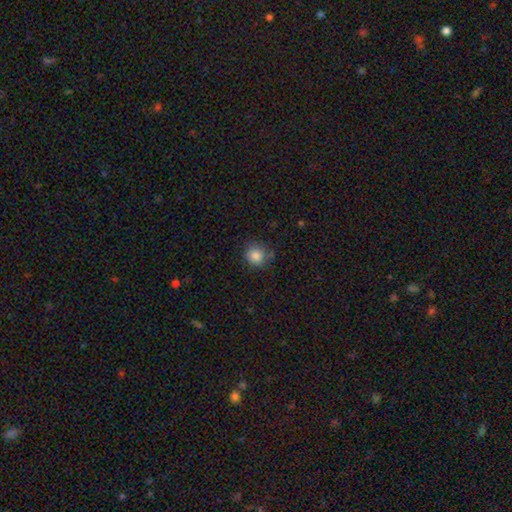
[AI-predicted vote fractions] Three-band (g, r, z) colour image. It shows a smooth galaxy with no disk features (85%) that is round (88%). Merging: none (79%).